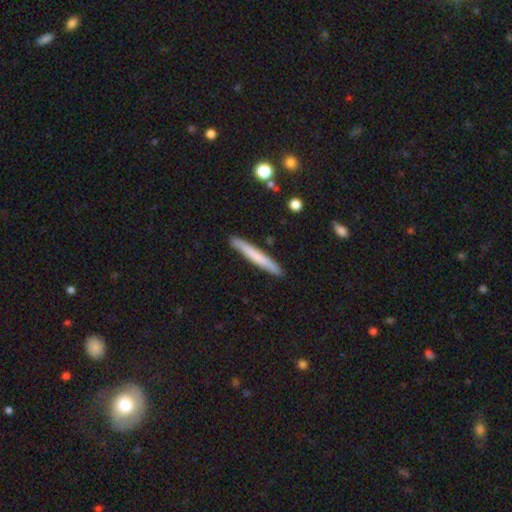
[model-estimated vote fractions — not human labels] smooth_or_featured: smooth (p=0.67) [alt: featured or disk p=0.27]
how_rounded: cigar-shaped (p=0.96) [alt: in between p=0.03]
merging: none (p=0.89) [alt: minor disturbance p=0.08]